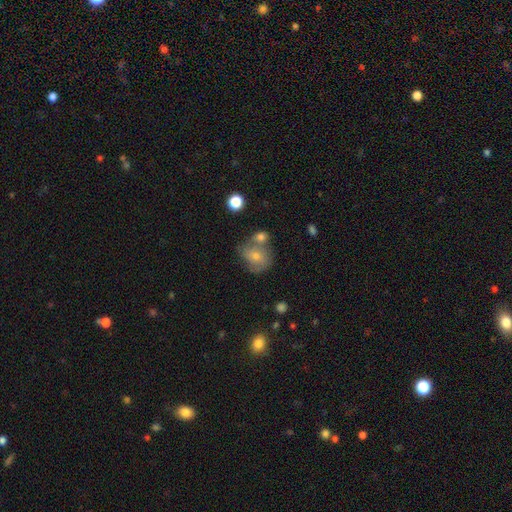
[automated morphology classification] Q: Smooth or featured?
A: smooth (43%); runner-up: featured or disk (42%)
Q: Merging?
A: none (52%); runner-up: merger (24%)